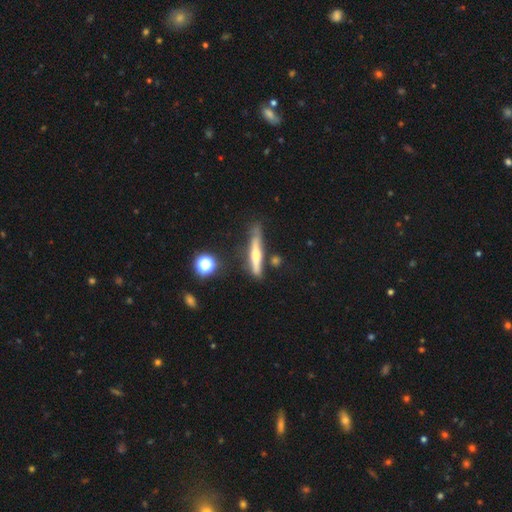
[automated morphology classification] smooth-or-featured: featured or disk: 50% | smooth: 42% | star or artifact: 8%
  merging: none: 65% | minor disturbance: 21% | merger: 7% | major disturbance: 6%